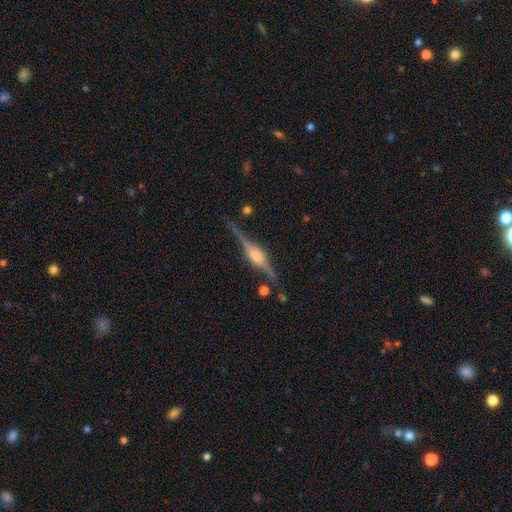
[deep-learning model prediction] Smooth or featured: featured or disk — 88% (smooth — 6%)
Edge-on disk: yes — 97% (no — 3%)
Edge-on bulge: rounded — 82% (boxy — 15%)
Merging: none — 83% (minor disturbance — 12%)